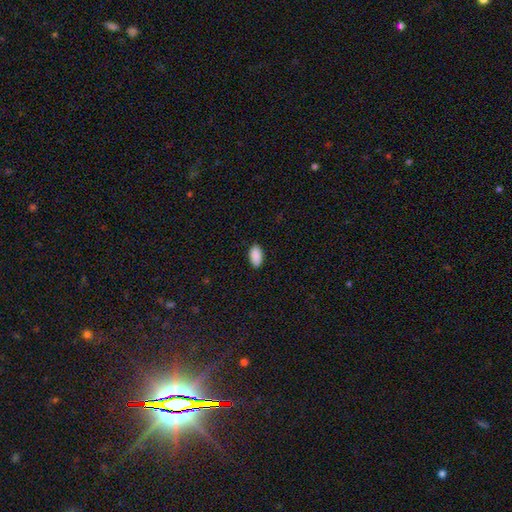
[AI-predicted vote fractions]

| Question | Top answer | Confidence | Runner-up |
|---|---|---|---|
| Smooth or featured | smooth | 90% | star or artifact (7%) |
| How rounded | in between | 95% | round (3%) |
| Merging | none | 89% | minor disturbance (9%) |